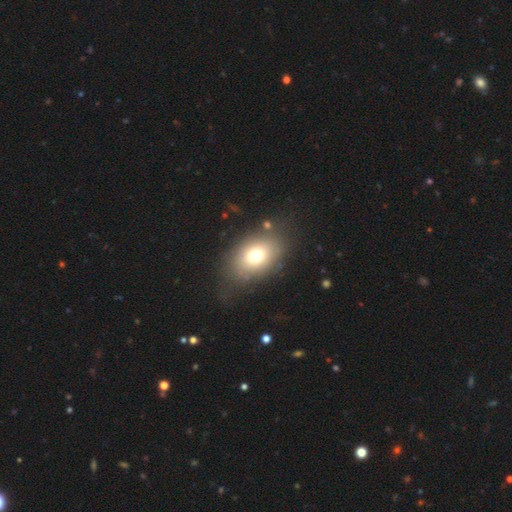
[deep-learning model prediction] Smooth or featured? smooth (71%)
How rounded? in between (71%)
Merging? none (73%)